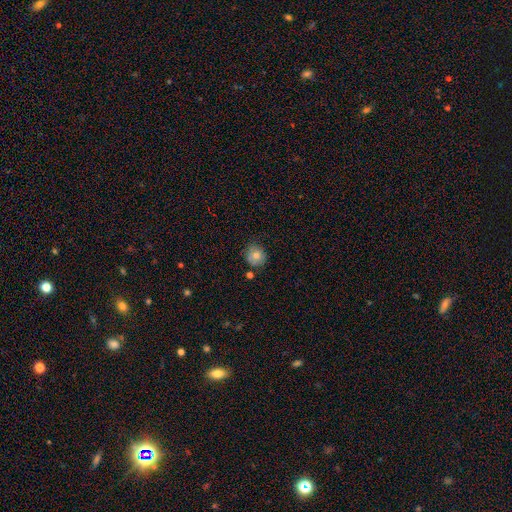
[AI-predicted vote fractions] A smooth galaxy with no disk features (78%) that is round (87%). Merging: none (75%).